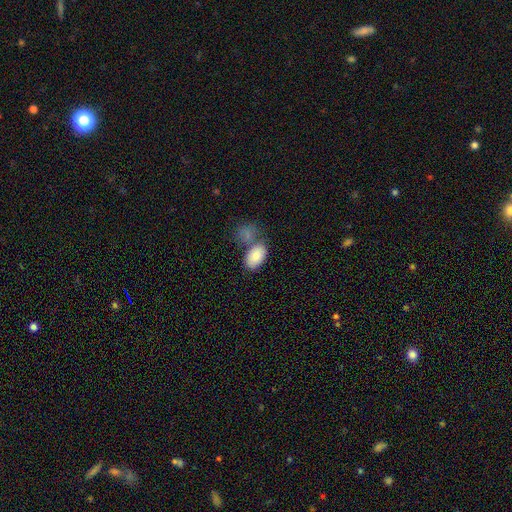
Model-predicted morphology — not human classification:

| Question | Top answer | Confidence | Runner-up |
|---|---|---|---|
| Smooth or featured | smooth | 83% | featured or disk (11%) |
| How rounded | in between | 92% | round (7%) |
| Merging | none | 48% | merger (33%) |